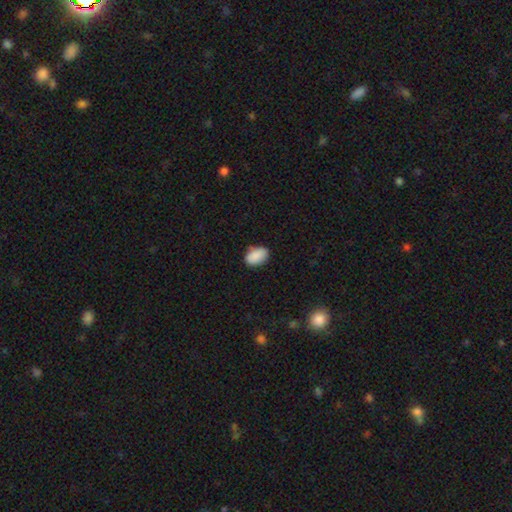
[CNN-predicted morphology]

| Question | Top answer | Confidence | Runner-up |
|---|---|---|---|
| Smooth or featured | smooth | 89% | star or artifact (7%) |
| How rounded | in between | 87% | round (12%) |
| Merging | none | 77% | minor disturbance (18%) |